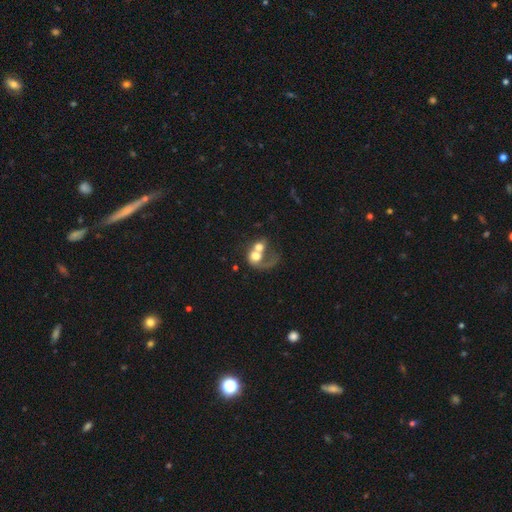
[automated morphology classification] A featured or disk galaxy (47%). Merging: merger (71%).